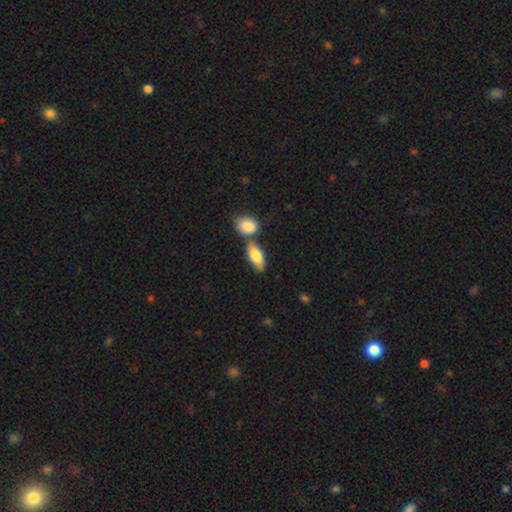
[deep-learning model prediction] Morphology: type=smooth (79%); roundness=in between (85%); merging=none (53%).